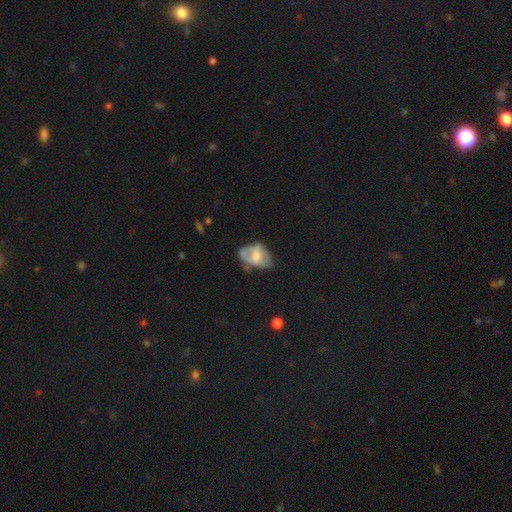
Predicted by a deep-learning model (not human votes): smooth-or-featured: smooth: 47% | featured or disk: 44% | star or artifact: 9%
  merging: none: 35% | minor disturbance: 32% | major disturbance: 26% | merger: 7%